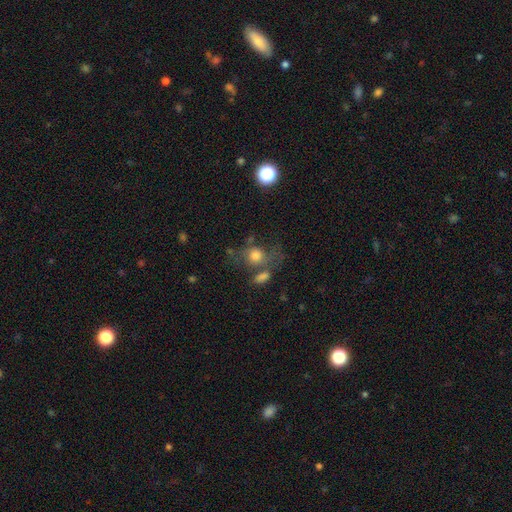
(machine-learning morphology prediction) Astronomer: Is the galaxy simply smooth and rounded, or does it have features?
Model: smooth — 66%.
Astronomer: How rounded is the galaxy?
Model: round — 63%.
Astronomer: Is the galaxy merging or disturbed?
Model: none — 43% (runner-up: merger, 22%).